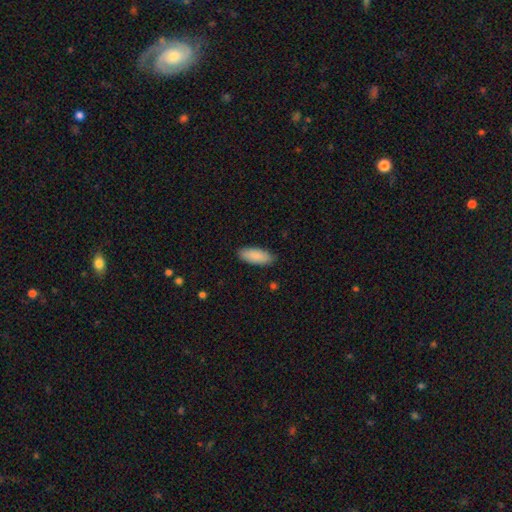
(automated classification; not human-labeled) Overall: smooth (89%). How rounded: in between (80%). Merging: none (87%).